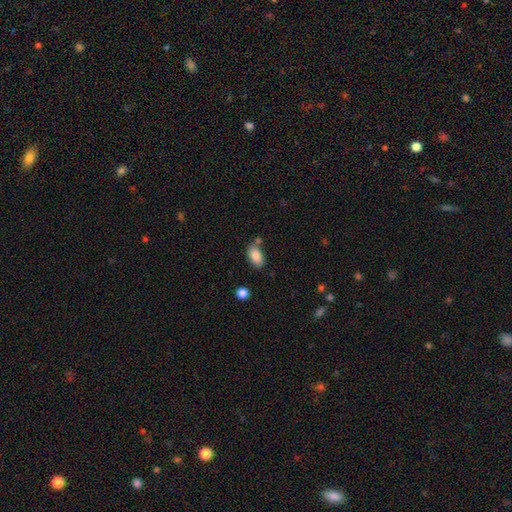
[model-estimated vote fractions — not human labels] smooth 87%, star or artifact 8%, featured or disk 6%. Down the decision tree: how rounded — in between (92%); merging — none (68%).